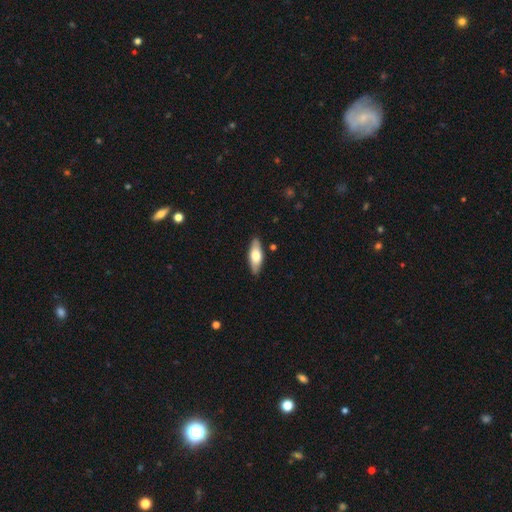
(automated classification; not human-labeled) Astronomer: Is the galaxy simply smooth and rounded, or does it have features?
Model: smooth — 63%.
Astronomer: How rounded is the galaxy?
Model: in between — 68%.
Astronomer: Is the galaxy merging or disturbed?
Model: none — 86%.